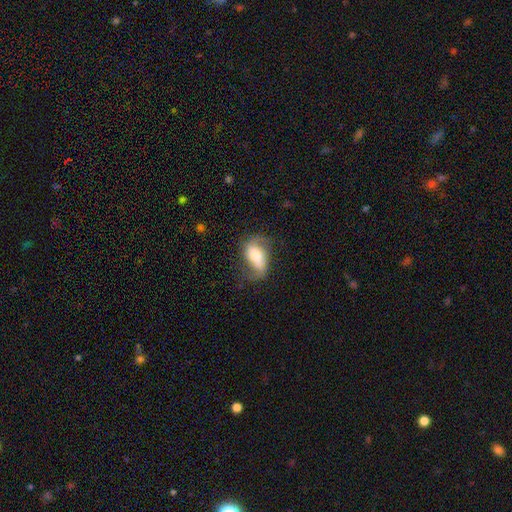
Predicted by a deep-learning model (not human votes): Overall: smooth (49%; featured or disk 43%). Merging: none (50%; minor disturbance 29%).